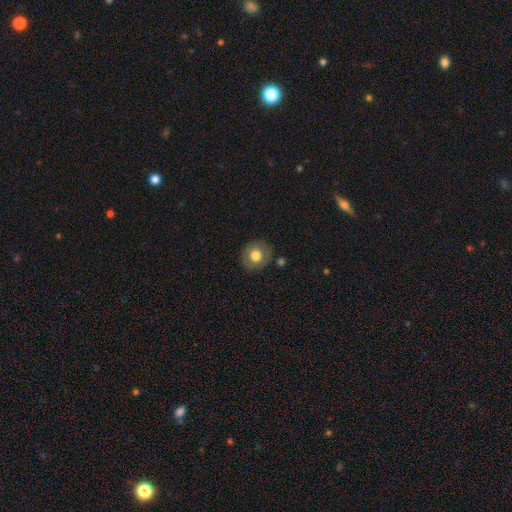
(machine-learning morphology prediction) The model was most divided on "smooth or featured": smooth: 72%, featured or disk: 20%, star or artifact: 8%. More confident: merging — none (84%); how rounded — round (82%).